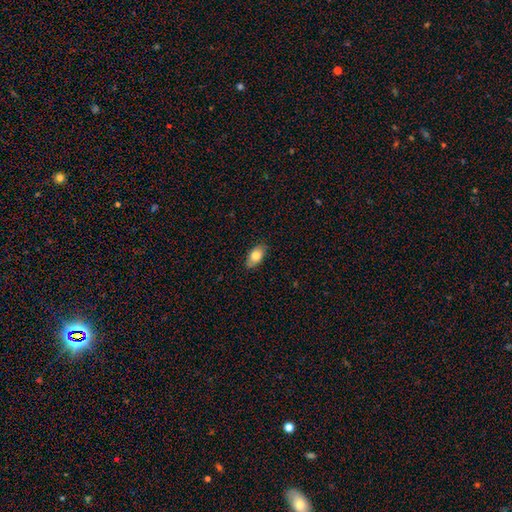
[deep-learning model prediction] Smooth or featured? smooth (77%)
How rounded? in between (91%)
Merging? none (83%)